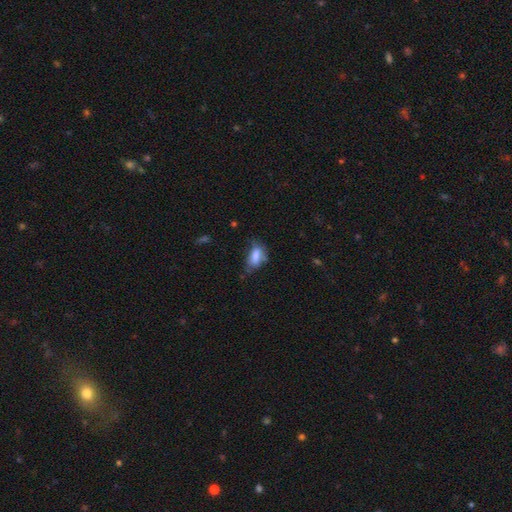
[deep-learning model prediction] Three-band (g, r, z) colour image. It shows a smooth galaxy with no disk features (76%) that is in between round and cigar-shaped (87%). Merging: none (43%).